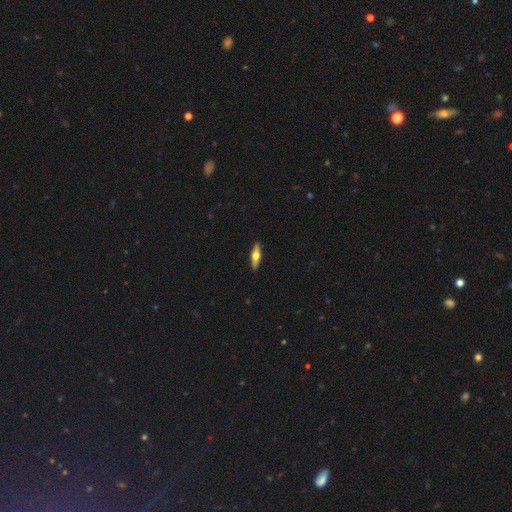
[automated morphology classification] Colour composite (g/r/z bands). It shows a featured or disk galaxy (55%) viewed edge-on (94%) with a rounded central bulge (95%). Merging: none (91%).